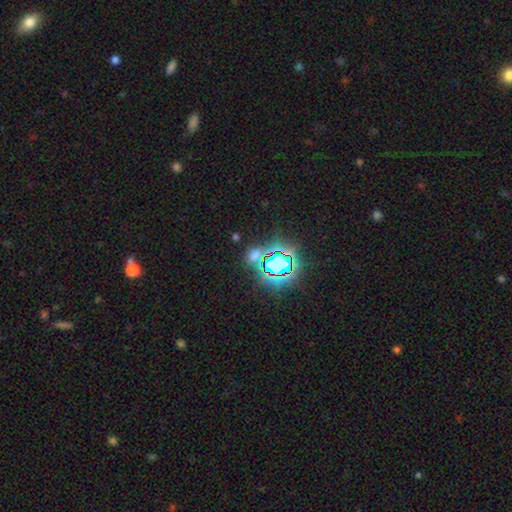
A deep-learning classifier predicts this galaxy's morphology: This is likely a star or artifact rather than a galaxy (62%).